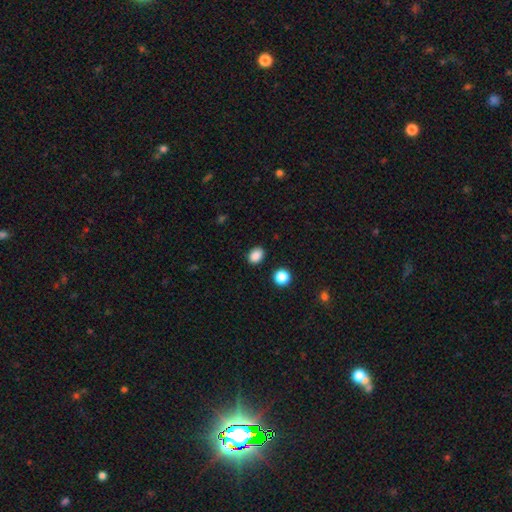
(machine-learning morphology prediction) A smooth galaxy with no disk features (87%) that is in between round and cigar-shaped (64%).

Vote fractions:
- Smooth or featured? smooth: 87% / star or artifact: 10% / featured or disk: 3%
- How rounded? in between: 64% / round: 35% / cigar-shaped: 1%
- Merging? none: 88% / minor disturbance: 8% / major disturbance: 2% / merger: 2%